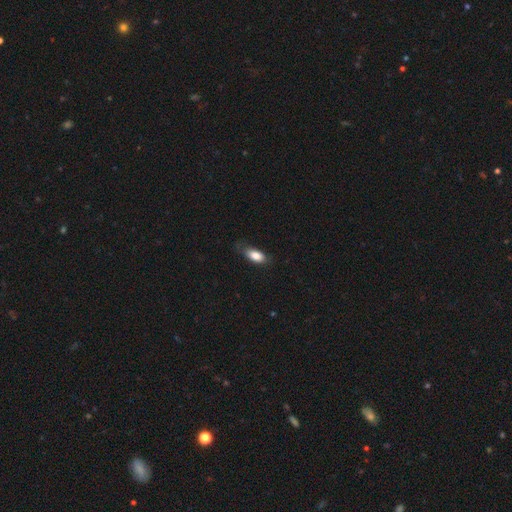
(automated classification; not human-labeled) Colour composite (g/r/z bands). It shows a smooth galaxy with no disk features (82%) that is in between round and cigar-shaped (86%). Merging: none (59%).